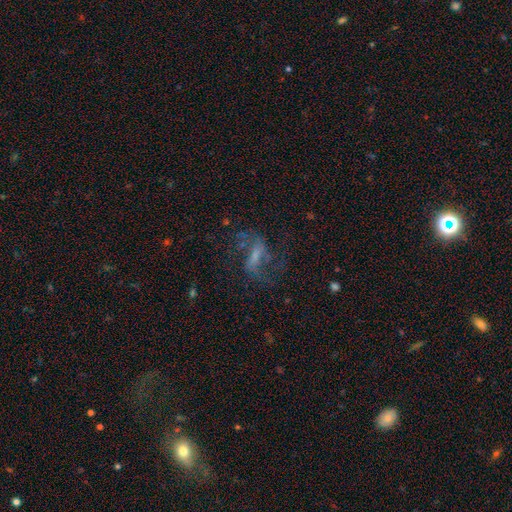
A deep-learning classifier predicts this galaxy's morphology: smooth-or-featured: featured or disk: 70% | smooth: 17% | star or artifact: 13%
  disk-edge-on: no: 94% | yes: 6%
    bar: weak: 44% | strong: 38% | no: 18%
    has-spiral-arms: yes: 86% | no: 14%
      spiral-winding: loose: 59% | medium: 34% | tight: 7%
      spiral-arm-count: 2: 82% | can't tell: 8% | 1: 4% | 3: 3% | 4: 2% | more than 4: 1%
    bulge-size: small: 34% | none: 32% | moderate: 26% | large: 6% | dominant: 1%
  merging: none: 56% | major disturbance: 26% | minor disturbance: 16% | merger: 3%